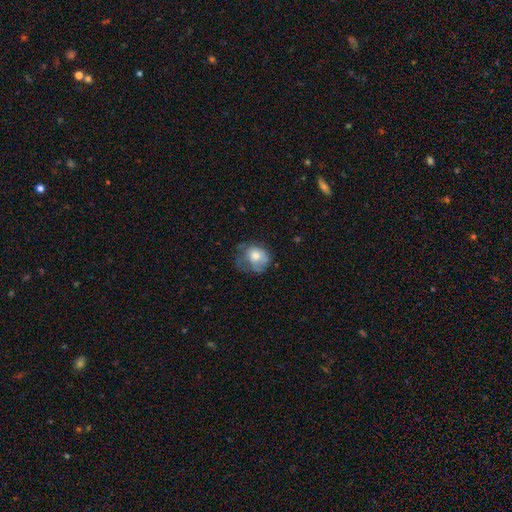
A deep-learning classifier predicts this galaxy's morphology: smooth_or_featured: smooth (p=0.66) [alt: featured or disk p=0.26]
how_rounded: round (p=0.60) [alt: in between p=0.39]
merging: none (p=0.34) [alt: minor disturbance p=0.32]